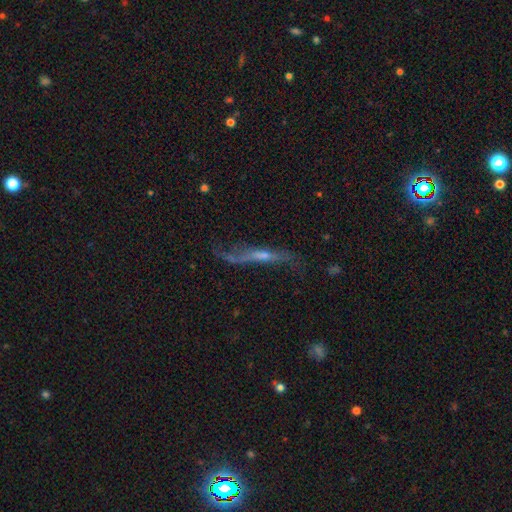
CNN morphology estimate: A featured or disk galaxy (71%) viewed edge-on (63%). Merging: none (52%).